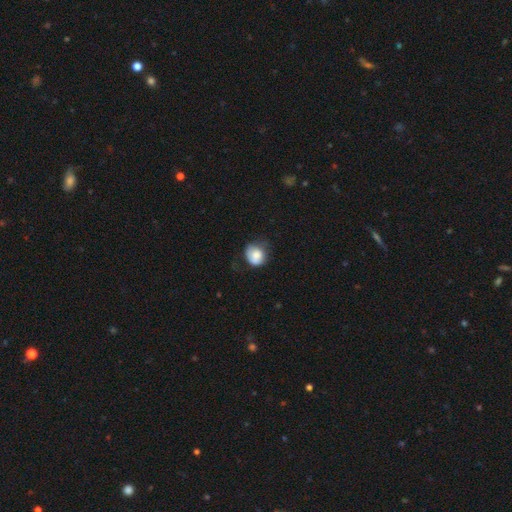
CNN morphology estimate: smooth_or_featured: smooth (p=0.77) [alt: featured or disk p=0.15]
how_rounded: round (p=0.68) [alt: in between p=0.31]
merging: none (p=0.44) [alt: minor disturbance p=0.37]